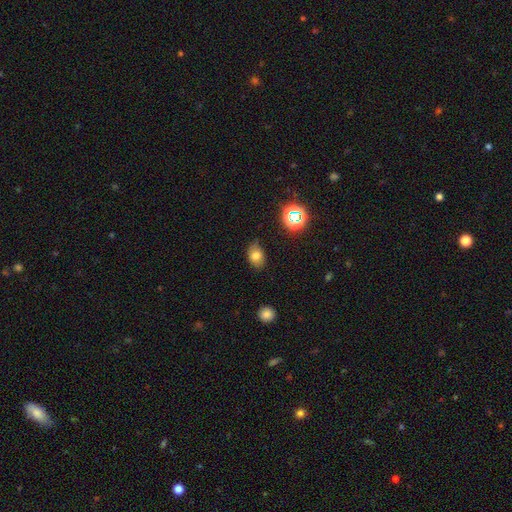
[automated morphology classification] The model was most divided on "merging": none: 67%, minor disturbance: 26%, major disturbance: 5%, merger: 2%. More confident: smooth or featured — smooth (75%); how rounded — in between (72%).